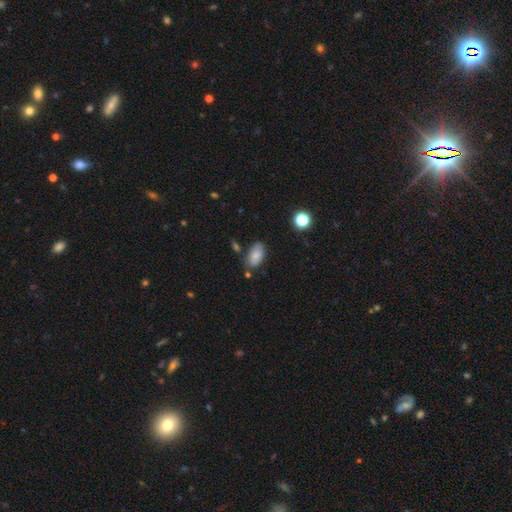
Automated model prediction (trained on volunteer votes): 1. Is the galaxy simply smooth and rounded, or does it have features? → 82% smooth, 10% featured or disk, 8% star or artifact.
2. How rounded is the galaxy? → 93% in between, 4% round, 3% cigar-shaped.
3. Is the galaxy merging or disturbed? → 72% none, 18% minor disturbance, 6% merger, 4% major disturbance.